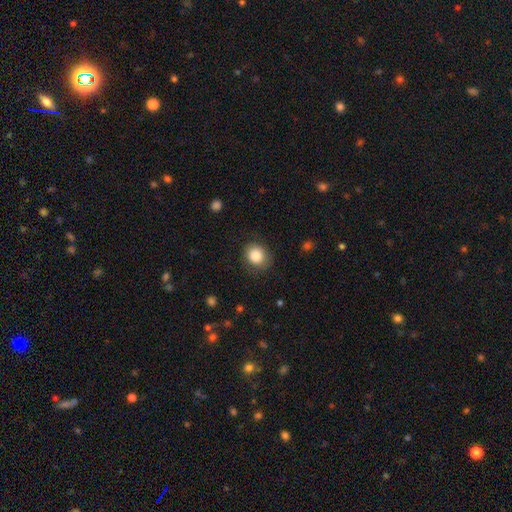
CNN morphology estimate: Overall: smooth (86%). How rounded: round (72%). Merging: none (81%).